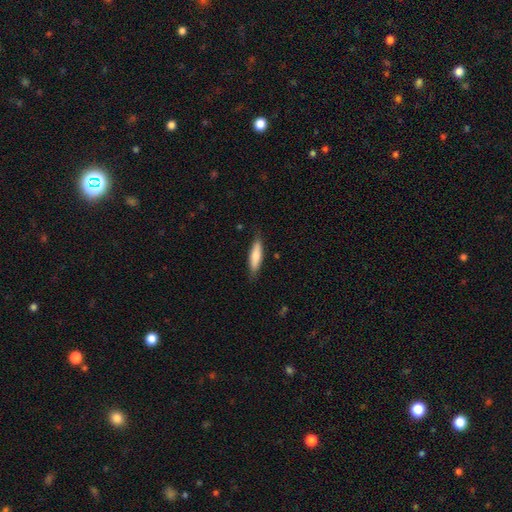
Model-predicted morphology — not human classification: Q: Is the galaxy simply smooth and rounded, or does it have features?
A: smooth — 75%.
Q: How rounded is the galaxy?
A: cigar-shaped — 65%.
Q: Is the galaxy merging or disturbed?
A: none — 82%.